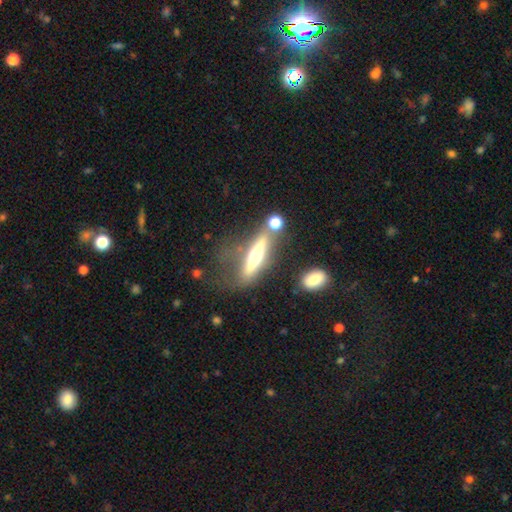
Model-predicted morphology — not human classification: This is possibly a featured or disk galaxy (60%). It is clearly viewed edge-on (84%). Edge-on bulge: clearly rounded (89%). Merging: possibly none (54%).